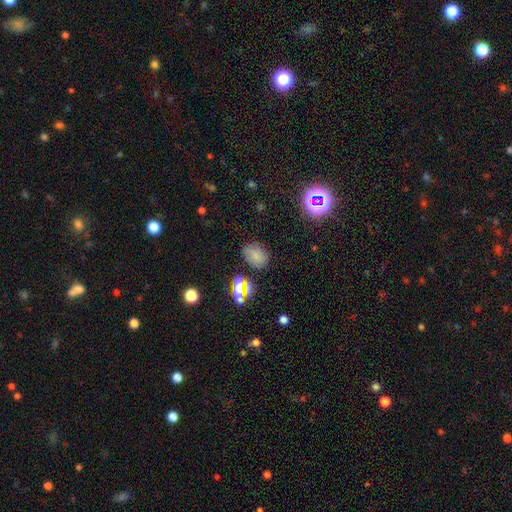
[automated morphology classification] A smooth galaxy with no disk features (71%) that is in between round and cigar-shaped (70%). Merging: none (79%).